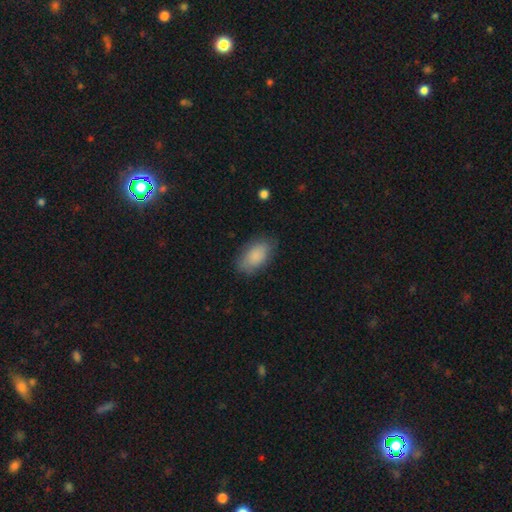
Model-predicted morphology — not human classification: Smooth or featured?
  - smooth: 84% *
  - featured or disk: 9%
  - star or artifact: 7%
How rounded?
  - in between: 93% *
  - round: 5%
  - cigar-shaped: 2%
Merging?
  - none: 78% *
  - minor disturbance: 16%
  - major disturbance: 4%
  - merger: 1%